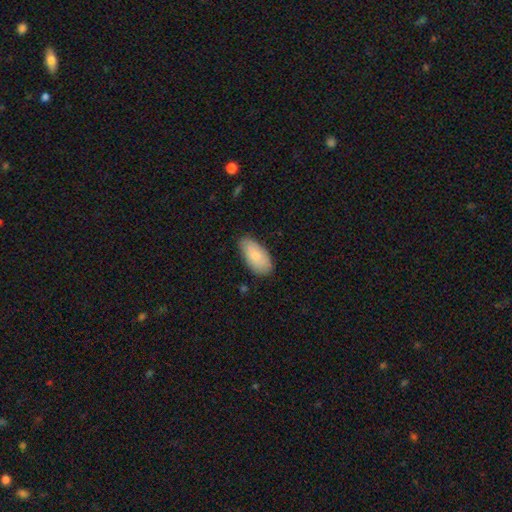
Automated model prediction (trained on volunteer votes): smooth_or_featured: smooth (p=0.80) [alt: featured or disk p=0.14]
how_rounded: in between (p=0.93) [alt: cigar-shaped p=0.04]
merging: none (p=0.77) [alt: minor disturbance p=0.19]